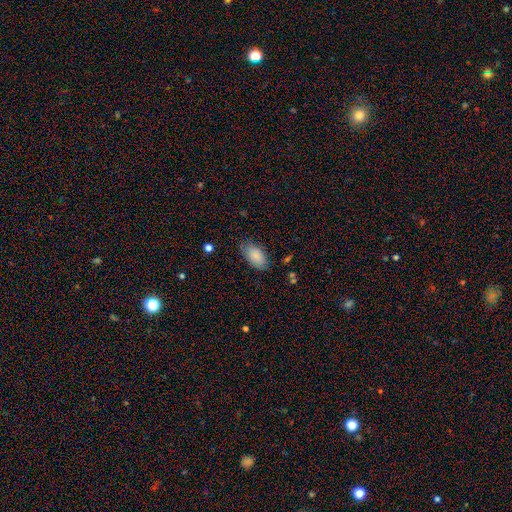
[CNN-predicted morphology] This appears to be a smooth galaxy with no disk features (87%) that is in between round and cigar-shaped (94%). Merging: none (77%).